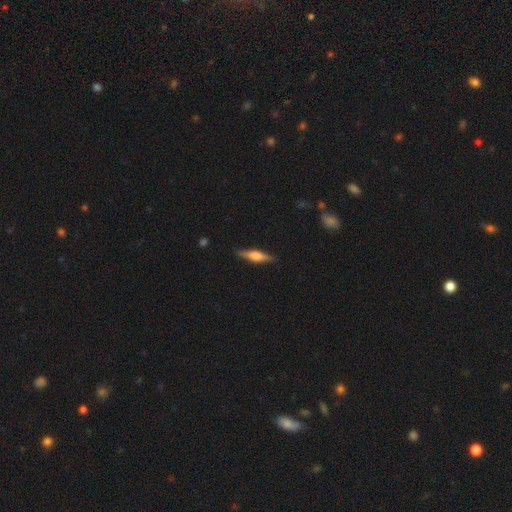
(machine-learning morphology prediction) This appears to be a featured or disk galaxy (58%) viewed edge-on (96%) with a rounded central bulge (70%). Merging: none (87%).